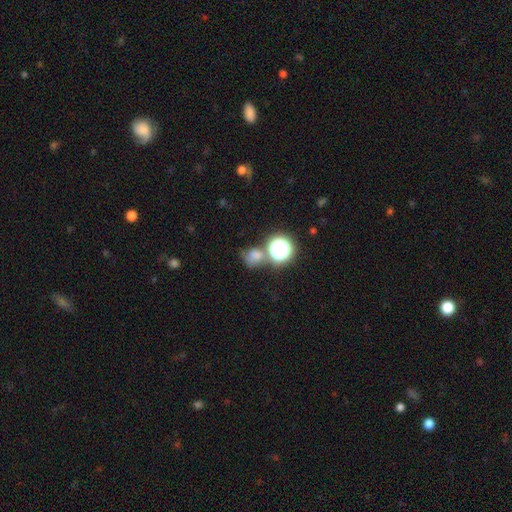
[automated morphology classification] Smooth or featured?
  - smooth: 63% *
  - star or artifact: 25%
  - featured or disk: 12%
How rounded?
  - round: 73% *
  - in between: 26%
  - cigar-shaped: 1%
Merging?
  - none: 48% *
  - merger: 26%
  - minor disturbance: 15%
  - major disturbance: 11%